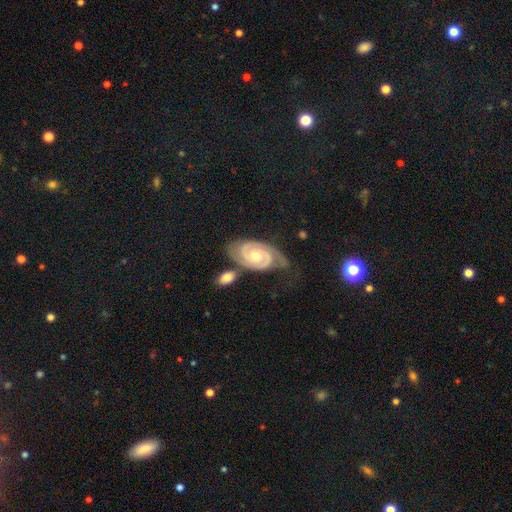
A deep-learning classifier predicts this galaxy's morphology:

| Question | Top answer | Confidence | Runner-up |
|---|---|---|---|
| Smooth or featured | featured or disk | 91% | smooth (5%) |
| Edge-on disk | no | 97% | yes (3%) |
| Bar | no | 66% | weak (26%) |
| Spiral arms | yes | 98% | no (2%) |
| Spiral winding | tight | 73% | medium (23%) |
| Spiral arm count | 2 | 88% | 3 (4%) |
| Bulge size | moderate | 61% | small (33%) |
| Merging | none | 63% | minor disturbance (19%) |